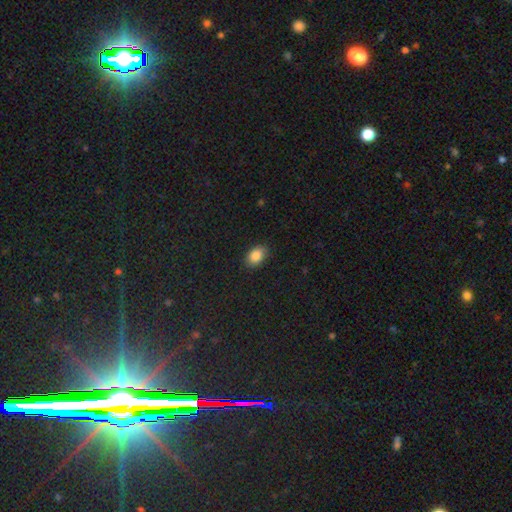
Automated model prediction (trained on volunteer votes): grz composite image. It shows a smooth galaxy with no disk features (86%) that is in between round and cigar-shaped (85%). Merging: none (86%).